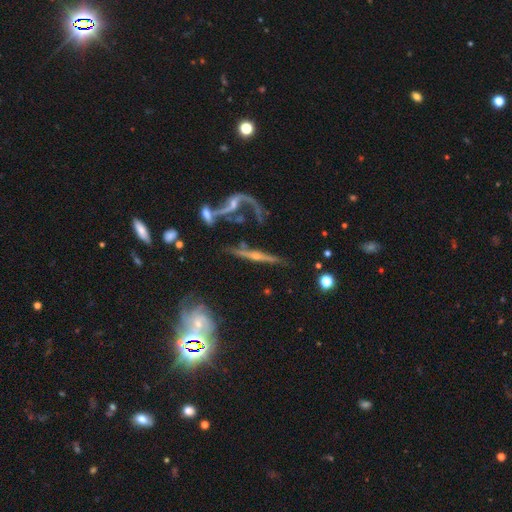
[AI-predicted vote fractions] Smooth or featured?
  - featured or disk: 78% *
  - smooth: 13%
  - star or artifact: 9%
Edge-on disk?
  - yes: 79% *
  - no: 21%
Edge-on bulge?
  - rounded: 80% *
  - none: 13%
  - boxy: 7%
Merging?
  - none: 54% *
  - minor disturbance: 18%
  - merger: 14%
  - major disturbance: 13%